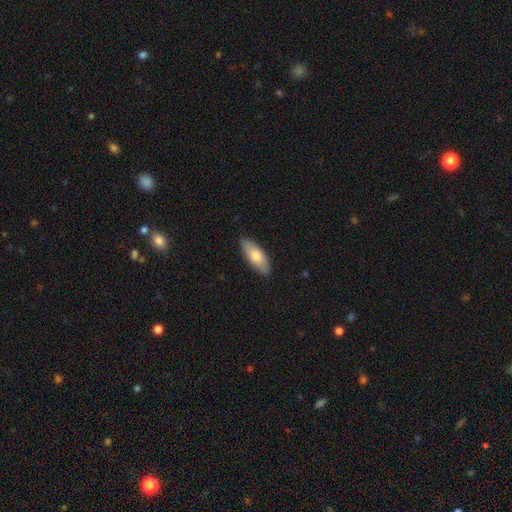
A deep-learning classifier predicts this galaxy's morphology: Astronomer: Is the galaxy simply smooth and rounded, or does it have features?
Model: smooth — 75%.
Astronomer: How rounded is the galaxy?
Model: in between — 77%.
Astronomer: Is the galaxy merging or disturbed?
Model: none — 88%.